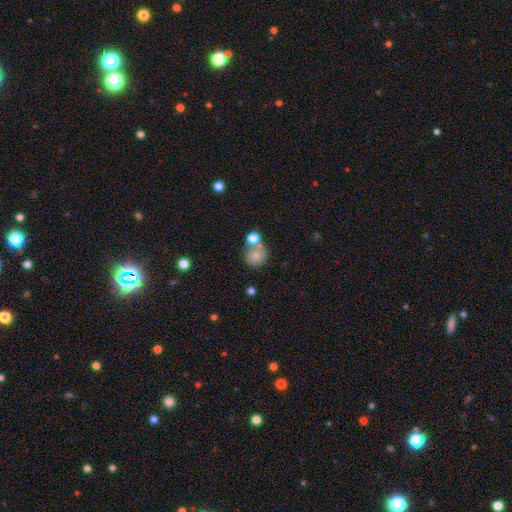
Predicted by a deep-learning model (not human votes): smooth_or_featured: smooth (p=0.76) [alt: featured or disk p=0.13]
how_rounded: round (p=0.78) [alt: in between p=0.21]
merging: none (p=0.47) [alt: merger p=0.34]